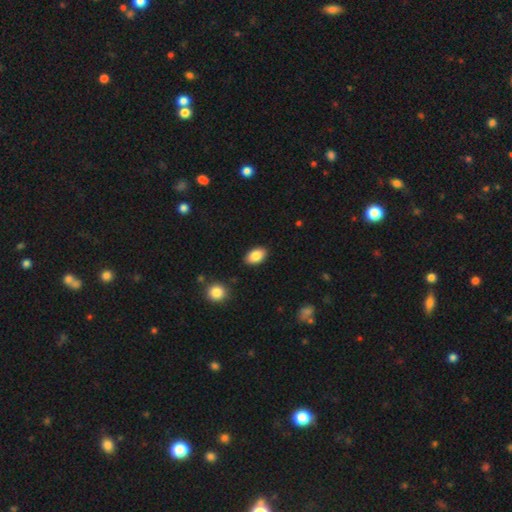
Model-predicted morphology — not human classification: Smooth or featured: smooth — 87% (star or artifact — 7%)
How rounded: in between — 91% (round — 8%)
Merging: none — 88% (minor disturbance — 9%)